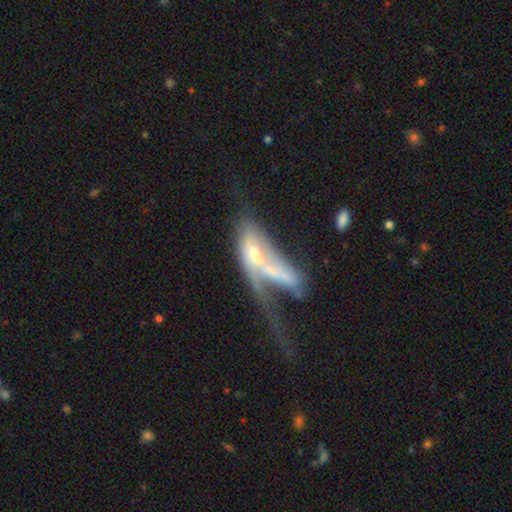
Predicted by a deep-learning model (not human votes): A featured or disk galaxy (56%).

Vote fractions:
- Smooth or featured? featured or disk: 56% / smooth: 36% / star or artifact: 8%
- Edge-on disk? no: 79% / yes: 21%
- Merging? merger: 47% / major disturbance: 36% / none: 9% / minor disturbance: 7%